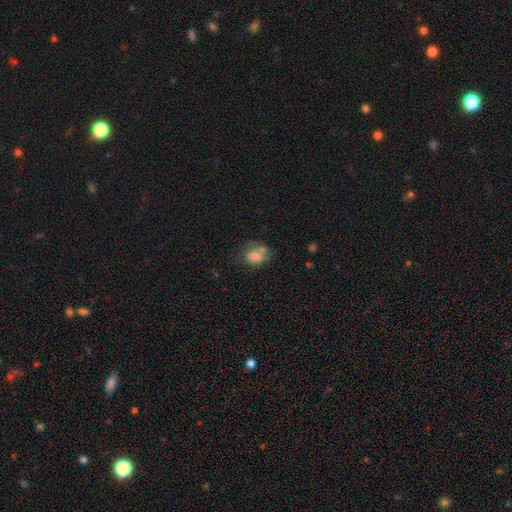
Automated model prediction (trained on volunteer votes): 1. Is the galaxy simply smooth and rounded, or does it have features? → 72% smooth, 18% featured or disk, 10% star or artifact.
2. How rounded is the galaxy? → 65% in between, 34% round, 1% cigar-shaped.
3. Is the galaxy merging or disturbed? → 40% none, 25% minor disturbance, 19% merger, 16% major disturbance.